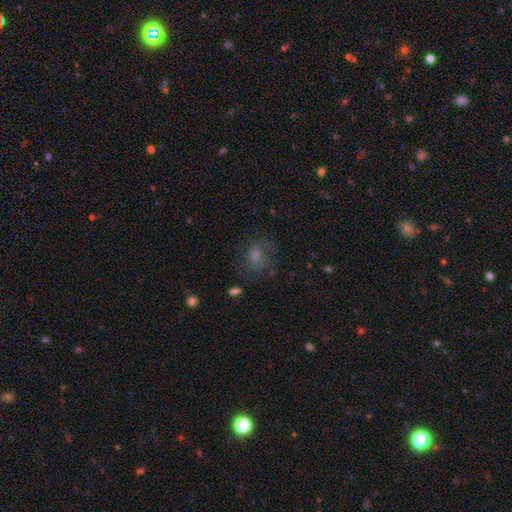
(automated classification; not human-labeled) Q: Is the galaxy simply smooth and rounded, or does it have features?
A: smooth — 65%.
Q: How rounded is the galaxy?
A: in between — 51%.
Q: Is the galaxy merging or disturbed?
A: none — 58%.